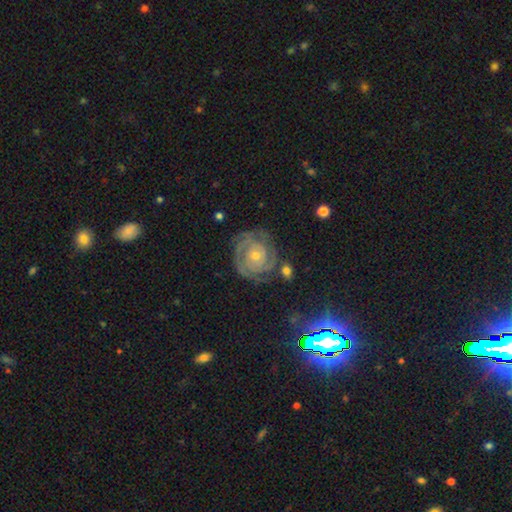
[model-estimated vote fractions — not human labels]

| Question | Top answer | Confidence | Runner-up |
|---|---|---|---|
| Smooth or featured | featured or disk | 85% | star or artifact (8%) |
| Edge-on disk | no | 98% | yes (2%) |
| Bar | no | 76% | weak (18%) |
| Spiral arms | yes | 97% | no (3%) |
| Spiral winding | tight | 81% | medium (17%) |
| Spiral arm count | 2 | 41% | 3 (25%) |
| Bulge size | small | 61% | moderate (35%) |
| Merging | none | 75% | minor disturbance (16%) |